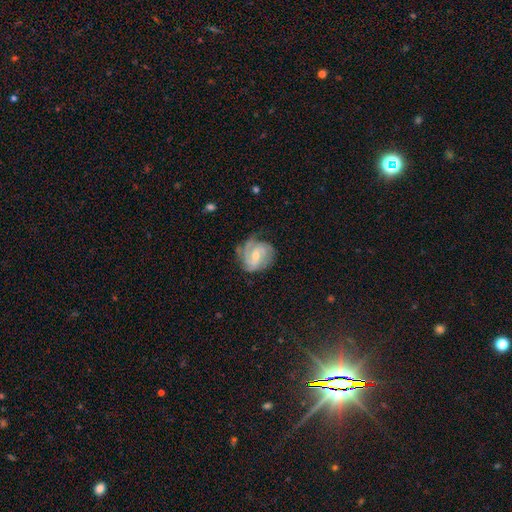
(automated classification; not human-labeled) A featured or disk galaxy (84%) with a weak bar (47%), 2 (35%) tight (58%) spiral arms (96%) and a small central bulge (52%). Merging: none (65%).